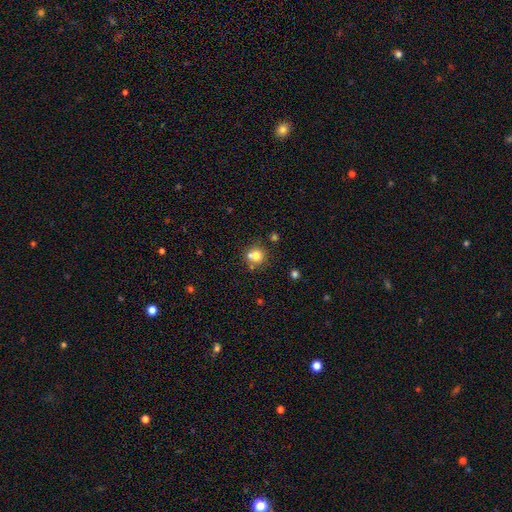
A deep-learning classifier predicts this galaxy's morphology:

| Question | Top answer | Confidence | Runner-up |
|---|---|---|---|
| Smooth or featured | smooth | 73% | star or artifact (14%) |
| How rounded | round | 89% | in between (10%) |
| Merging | none | 60% | merger (28%) |